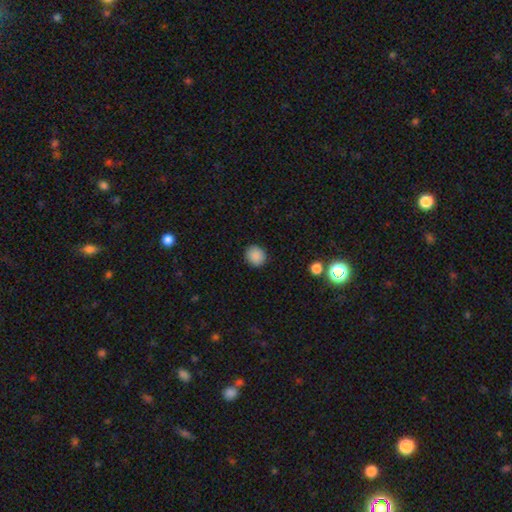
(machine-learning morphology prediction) smooth-or-featured: smooth: 88% | star or artifact: 9% | featured or disk: 3%
  how-rounded: round: 83% | in between: 16% | cigar-shaped: 1%
  merging: none: 90% | minor disturbance: 7% | major disturbance: 2% | merger: 1%